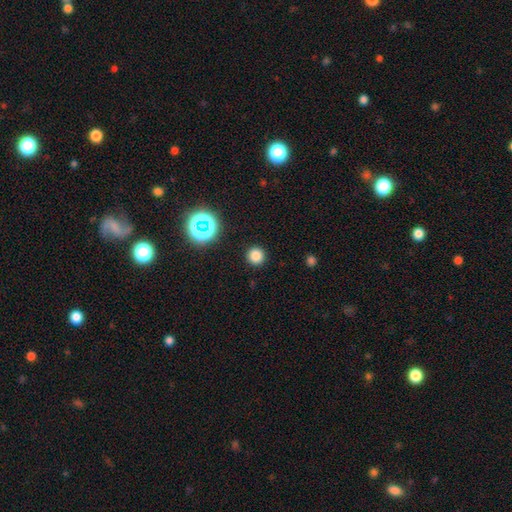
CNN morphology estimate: smooth 79%, star or artifact 16%, featured or disk 4%. Down the decision tree: how rounded — round (95%); merging — none (92%).